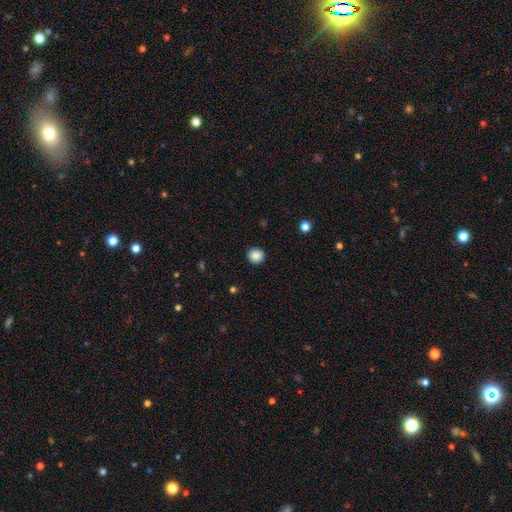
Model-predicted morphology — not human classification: Overall: smooth (88%). How rounded: round (92%). Merging: none (92%).